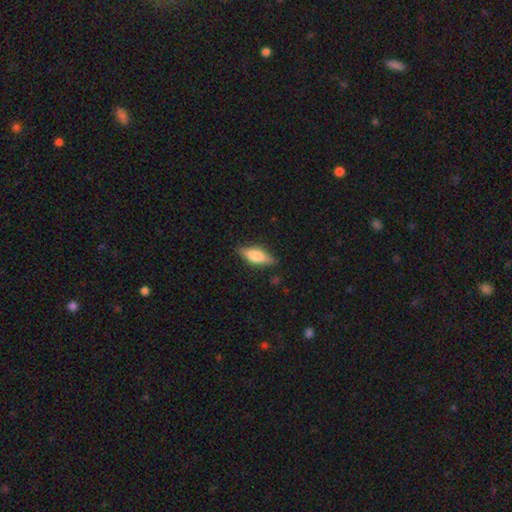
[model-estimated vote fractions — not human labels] smooth_or_featured: smooth (p=0.63) [alt: featured or disk p=0.31]
how_rounded: in between (p=0.58) [alt: cigar-shaped p=0.40]
merging: none (p=0.83) [alt: minor disturbance p=0.13]